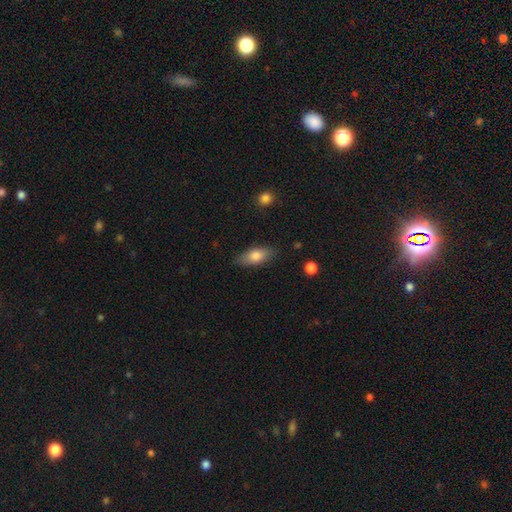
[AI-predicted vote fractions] The model was most divided on "smooth or featured": smooth: 76%, featured or disk: 18%, star or artifact: 7%. More confident: merging — none (83%); how rounded — in between (81%).